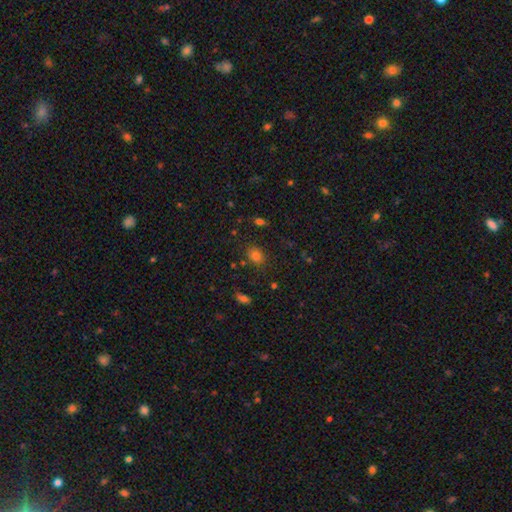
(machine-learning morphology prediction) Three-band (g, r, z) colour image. It shows a smooth galaxy with no disk features (77%) that is in between round and cigar-shaped (56%). Merging: none (81%).